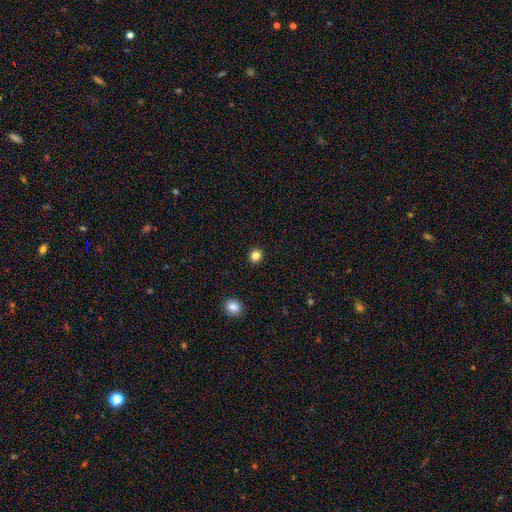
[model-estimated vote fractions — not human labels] Smooth or featured? smooth (83%)
How rounded? round (91%)
Merging? none (93%)